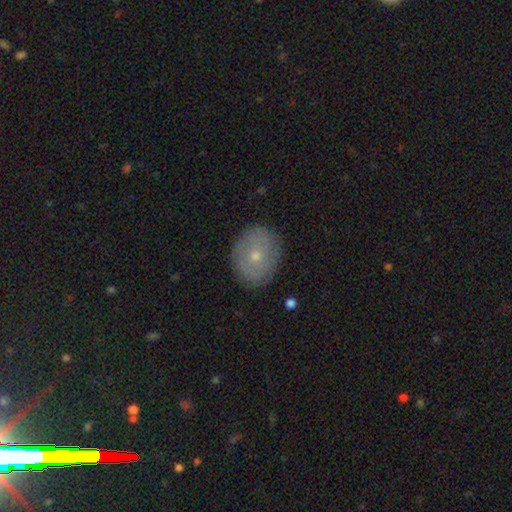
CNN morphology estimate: A smooth galaxy with no disk features (57%) that is round (55%).

Vote fractions:
- Smooth or featured? smooth: 57% / featured or disk: 35% / star or artifact: 9%
- How rounded? round: 55% / in between: 44% / cigar-shaped: 1%
- Merging? none: 85% / minor disturbance: 11% / major disturbance: 3% / merger: 1%